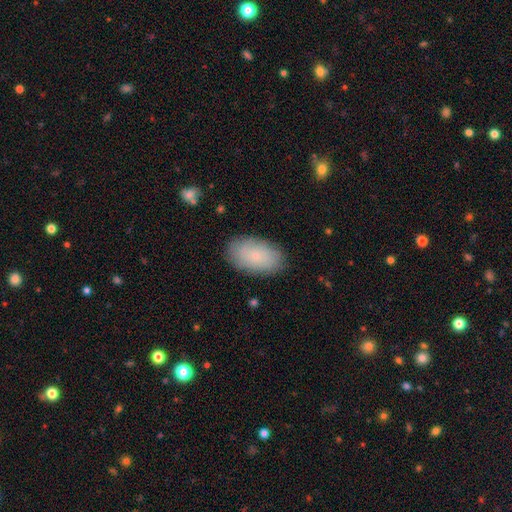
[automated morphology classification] The model was most divided on "smooth or featured": smooth: 73%, featured or disk: 20%, star or artifact: 7%. More confident: how rounded — in between (94%); merging — none (84%).